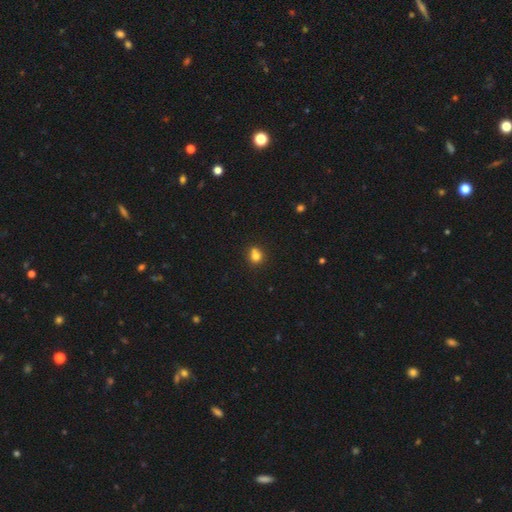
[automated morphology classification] Smooth or featured? Predicted: smooth (p=0.76). How rounded? Predicted: round (p=0.74). Merging? Predicted: none (p=0.52).